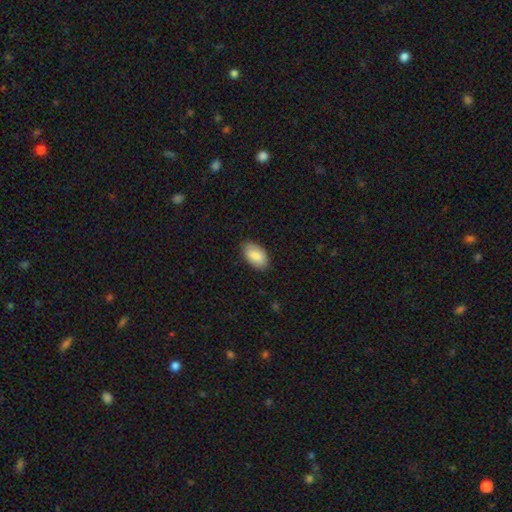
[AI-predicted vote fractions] Overall: smooth (87%). How rounded: in between (95%). Merging: none (84%).